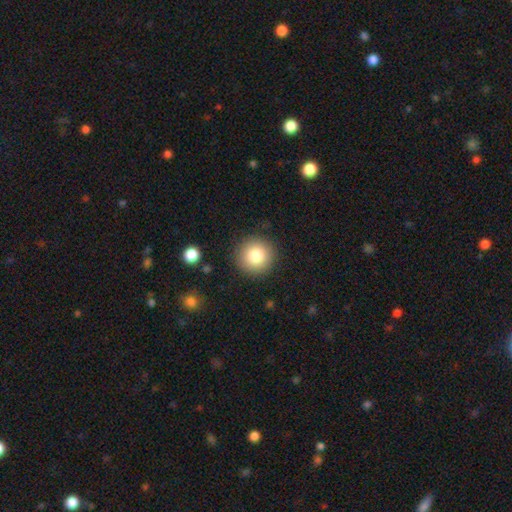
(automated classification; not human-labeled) A smooth galaxy with no disk features (81%) that is round (95%).

Vote fractions:
- Smooth or featured? smooth: 81% / star or artifact: 10% / featured or disk: 9%
- How rounded? round: 95% / in between: 4% / cigar-shaped: 1%
- Merging? none: 89% / minor disturbance: 7% / major disturbance: 2% / merger: 1%